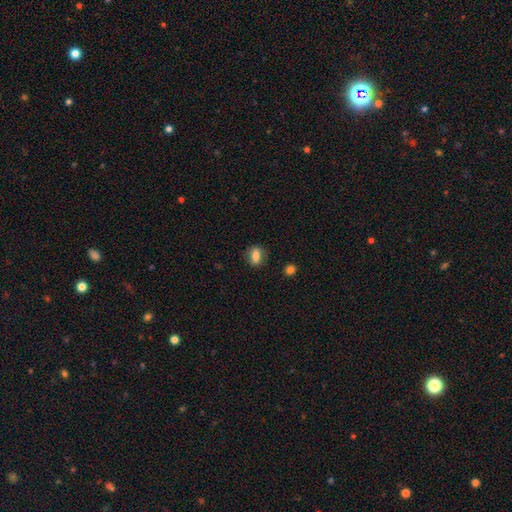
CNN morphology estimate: Q: Smooth or featured?
A: smooth (77%); runner-up: featured or disk (14%)
Q: How rounded?
A: in between (70%); runner-up: round (23%)
Q: Merging?
A: none (83%); runner-up: minor disturbance (12%)